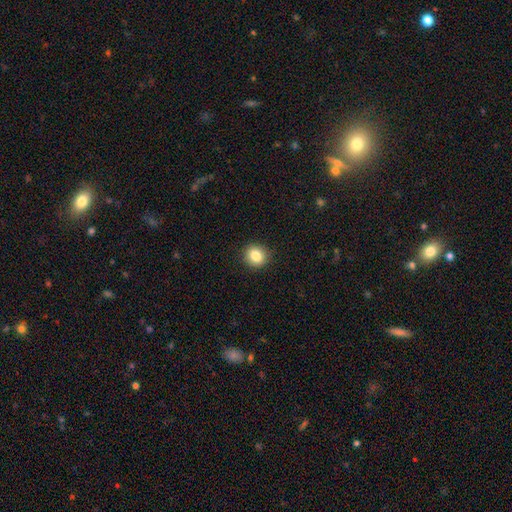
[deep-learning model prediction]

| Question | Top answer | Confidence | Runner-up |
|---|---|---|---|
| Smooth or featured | smooth | 84% | star or artifact (10%) |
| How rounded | round | 81% | in between (18%) |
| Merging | none | 91% | minor disturbance (7%) |